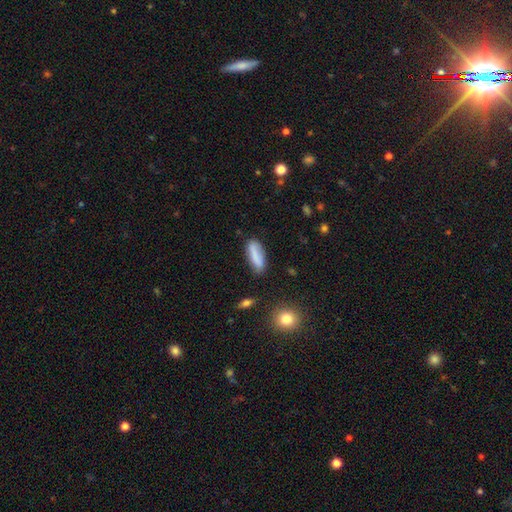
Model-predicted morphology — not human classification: smooth 82%, featured or disk 11%, star or artifact 7%. Down the decision tree: how rounded — in between (53%); merging — none (77%).